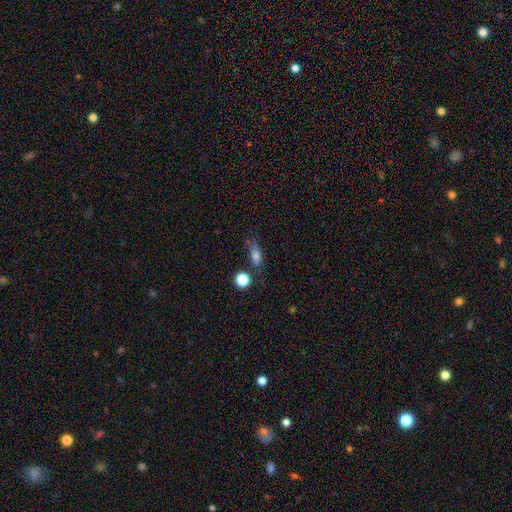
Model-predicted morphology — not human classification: smooth_or_featured: smooth (p=0.73) [alt: star or artifact p=0.14]
how_rounded: in between (p=0.60) [alt: cigar-shaped p=0.27]
merging: none (p=0.59) [alt: minor disturbance p=0.24]